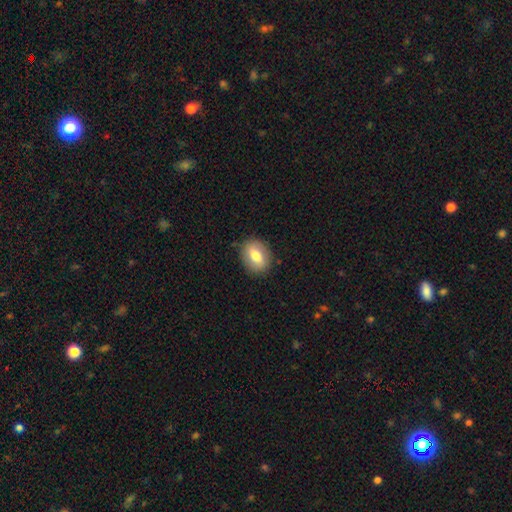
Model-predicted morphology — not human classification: smooth 74%, featured or disk 19%, star or artifact 7%. Down the decision tree: how rounded — in between (64%); merging — none (85%).